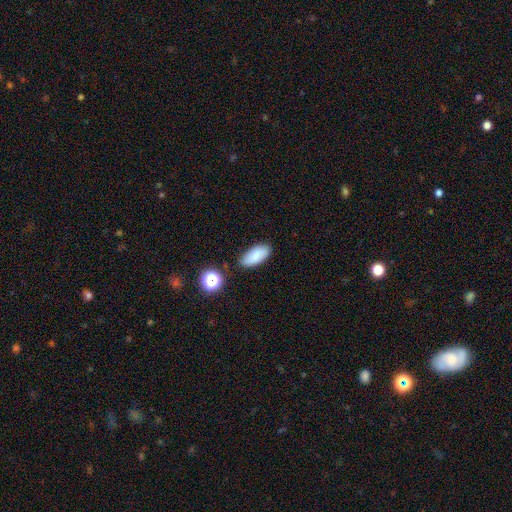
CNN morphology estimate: This appears to be a smooth galaxy with no disk features (81%) that is in between round and cigar-shaped (89%). Merging: none (80%).